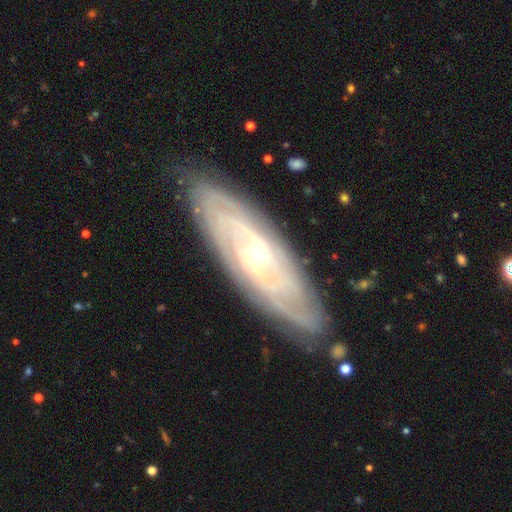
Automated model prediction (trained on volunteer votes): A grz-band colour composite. It shows a featured or disk galaxy (85%) with no bar (53%), tight (70%) spiral arms (95%) and a moderate central bulge (50%). Merging: none (85%).